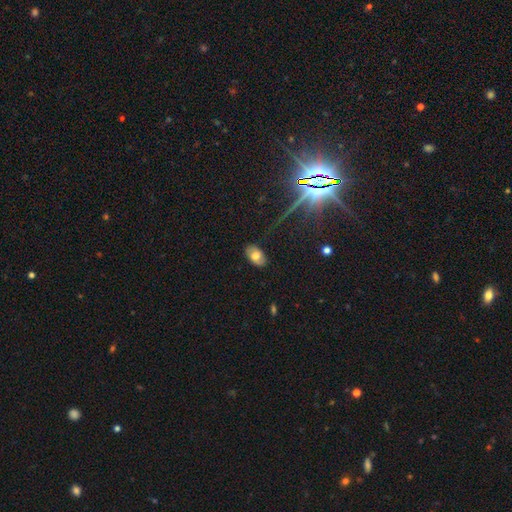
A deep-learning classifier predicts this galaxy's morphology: A smooth galaxy with no disk features (67%) that is in between round and cigar-shaped (92%).

Vote fractions:
- Smooth or featured? smooth: 67% / featured or disk: 22% / star or artifact: 11%
- How rounded? in between: 92% / round: 7% / cigar-shaped: 2%
- Merging? none: 84% / minor disturbance: 12% / major disturbance: 3% / merger: 1%